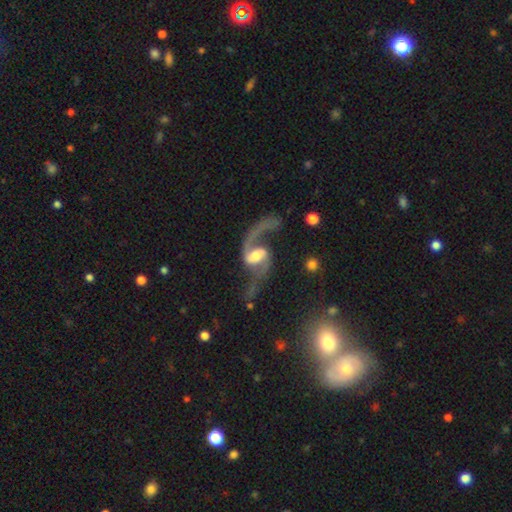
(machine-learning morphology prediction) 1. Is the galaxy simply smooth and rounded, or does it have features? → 91% featured or disk, 5% smooth, 4% star or artifact.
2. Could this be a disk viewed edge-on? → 97% no, 3% yes.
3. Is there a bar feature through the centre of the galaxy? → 46% weak, 30% strong, 24% no.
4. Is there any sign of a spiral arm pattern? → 97% yes, 3% no.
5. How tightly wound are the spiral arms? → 77% loose, 19% medium, 4% tight.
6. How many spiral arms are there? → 91% 2, 4% 1, 1% can't tell, 1% 3, 1% 4, 1% more than 4.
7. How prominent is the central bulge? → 56% moderate, 19% large, 19% small, 3% none, 2% dominant.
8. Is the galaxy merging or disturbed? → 58% none, 22% major disturbance, 15% minor disturbance, 5% merger.